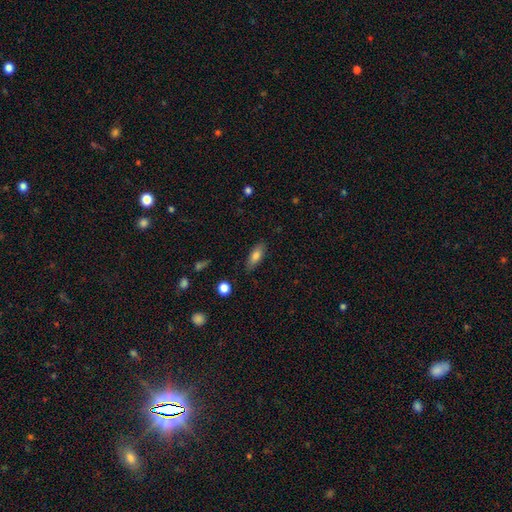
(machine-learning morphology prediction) type=smooth (77%); roundness=in between (74%); merging=none (81%).